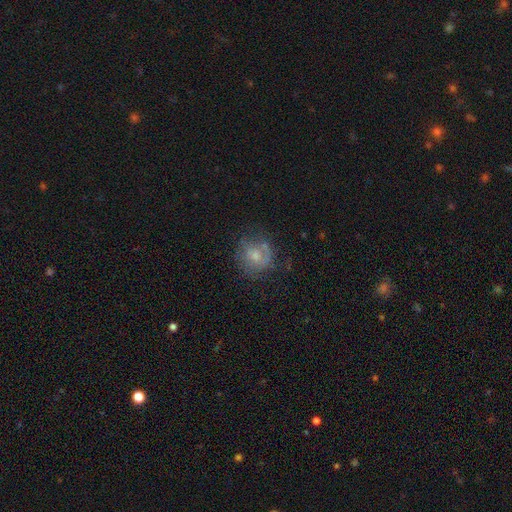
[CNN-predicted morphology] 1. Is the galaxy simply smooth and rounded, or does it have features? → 45% featured or disk (tied), 45% smooth (tied), 10% star or artifact.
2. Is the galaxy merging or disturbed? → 56% none, 23% minor disturbance, 16% major disturbance, 5% merger.